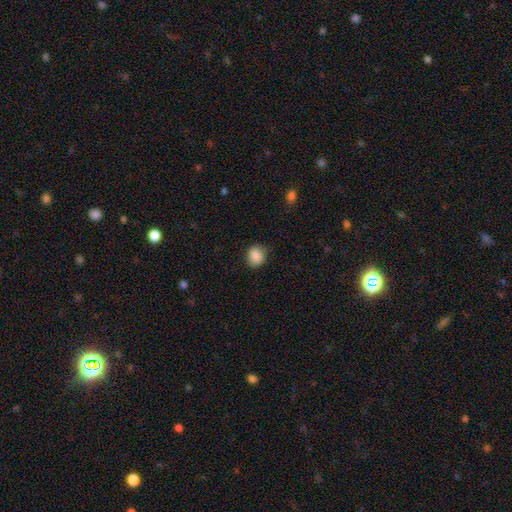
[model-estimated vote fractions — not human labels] This is clearly a smooth galaxy (87%). How rounded: likely round (62%). Merging: clearly none (82%).